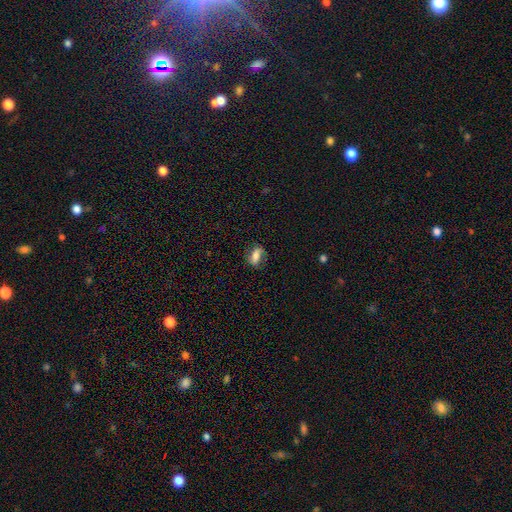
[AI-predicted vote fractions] Smooth or featured: smooth — 65% (featured or disk — 25%)
How rounded: in between — 75% (cigar-shaped — 17%)
Merging: none — 70% (minor disturbance — 20%)